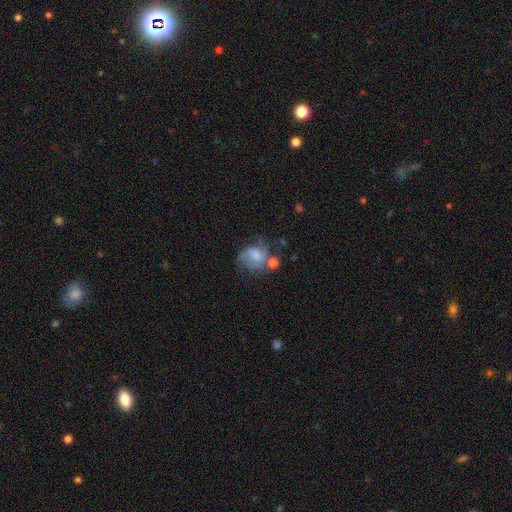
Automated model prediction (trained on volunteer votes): Morphology: type=smooth (50%); roundness=in between (50%); merging=none (31%).